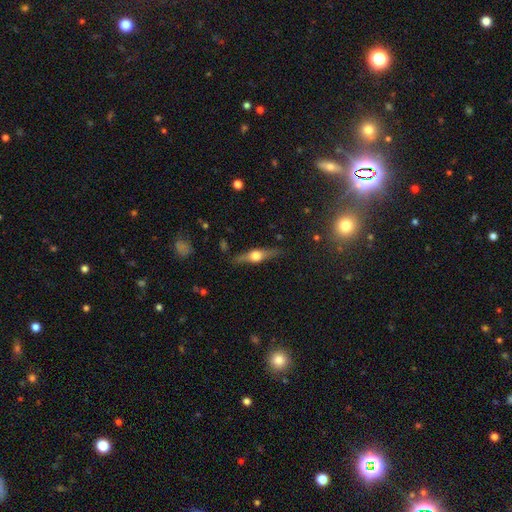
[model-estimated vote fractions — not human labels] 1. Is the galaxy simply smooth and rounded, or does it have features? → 72% featured or disk, 21% smooth, 6% star or artifact.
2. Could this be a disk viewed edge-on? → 96% yes, 4% no.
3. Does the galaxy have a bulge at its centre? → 95% rounded, 4% boxy, 1% none.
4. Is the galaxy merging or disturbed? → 86% none, 10% minor disturbance, 2% major disturbance, 1% merger.